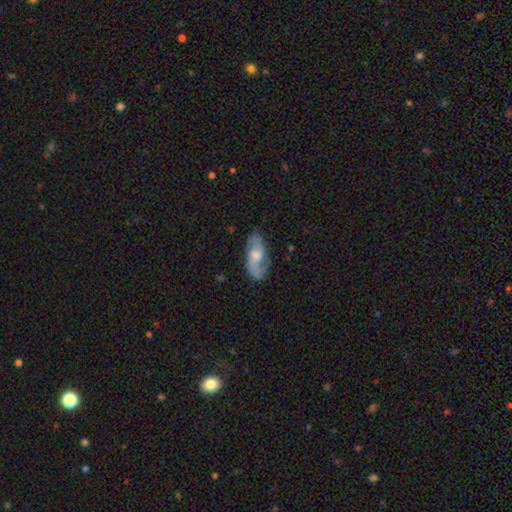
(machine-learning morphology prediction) smooth_or_featured: featured or disk (p=0.68) [alt: smooth p=0.25]
disk_edge_on: no (p=0.90) [alt: yes p=0.10]
bar: no (p=0.63) [alt: weak p=0.32]
has_spiral_arms: yes (p=0.88) [alt: no p=0.12]
spiral_winding: medium (p=0.46) [alt: loose p=0.31]
spiral_arm_count: 2 (p=0.83) [alt: can't tell p=0.10]
bulge_size: moderate (p=0.60) [alt: small p=0.18]
merging: none (p=0.77) [alt: minor disturbance p=0.16]